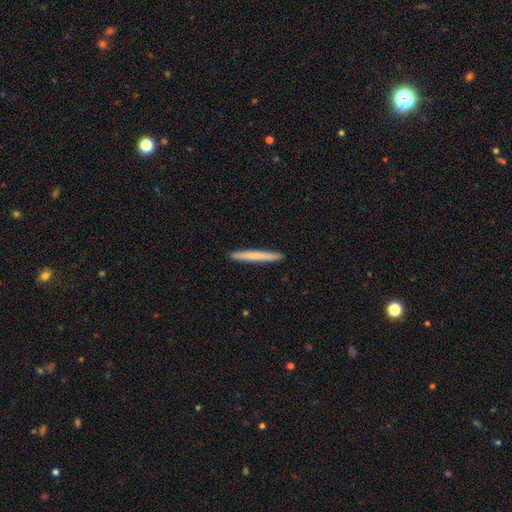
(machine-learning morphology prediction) This is likely a smooth galaxy (67%). How rounded: clearly cigar-shaped (97%). Merging: clearly none (93%).